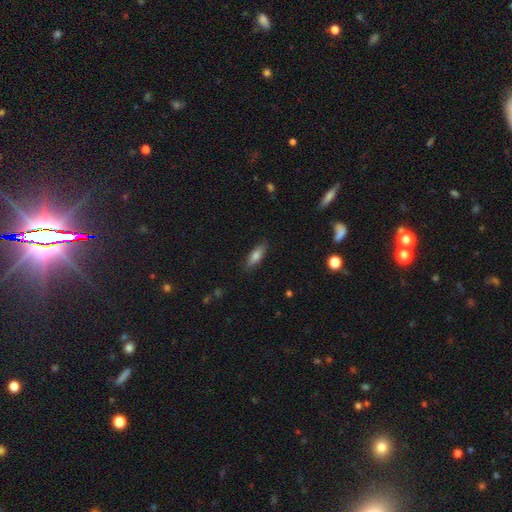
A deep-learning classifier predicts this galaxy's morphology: Smooth or featured: smooth — 76% (featured or disk — 17%)
How rounded: in between — 59% (cigar-shaped — 39%)
Merging: none — 86% (minor disturbance — 10%)